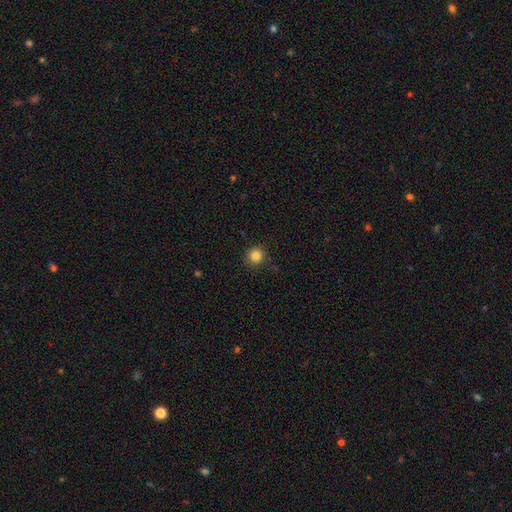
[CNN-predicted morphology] Q: Smooth or featured?
A: smooth (84%); runner-up: star or artifact (11%)
Q: How rounded?
A: round (93%); runner-up: in between (6%)
Q: Merging?
A: none (90%); runner-up: minor disturbance (7%)